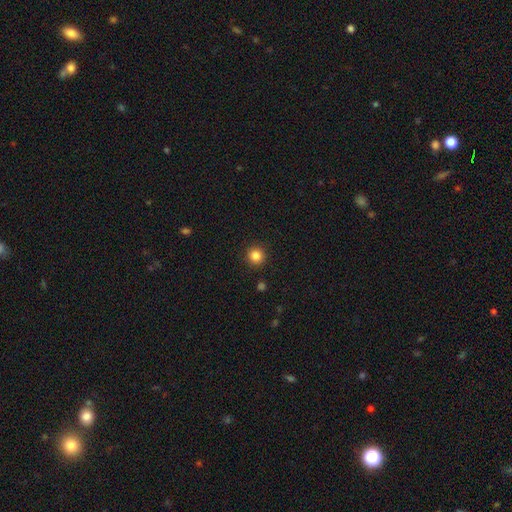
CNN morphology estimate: Smooth or featured? Predicted: smooth (p=0.85). How rounded? Predicted: round (p=0.95). Merging? Predicted: none (p=0.92).